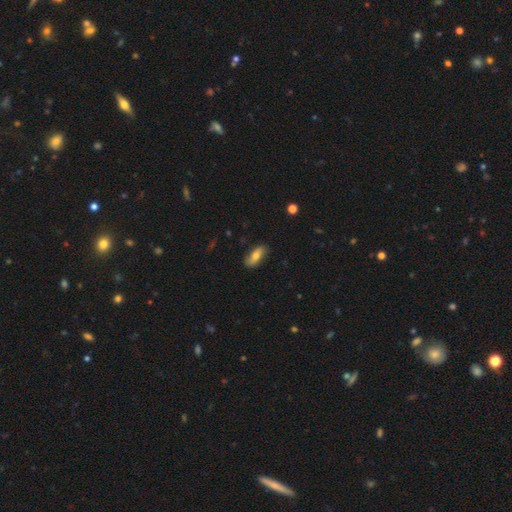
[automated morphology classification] Smooth or featured: smooth — 66% (featured or disk — 27%)
How rounded: in between — 78% (cigar-shaped — 19%)
Merging: none — 82% (minor disturbance — 14%)